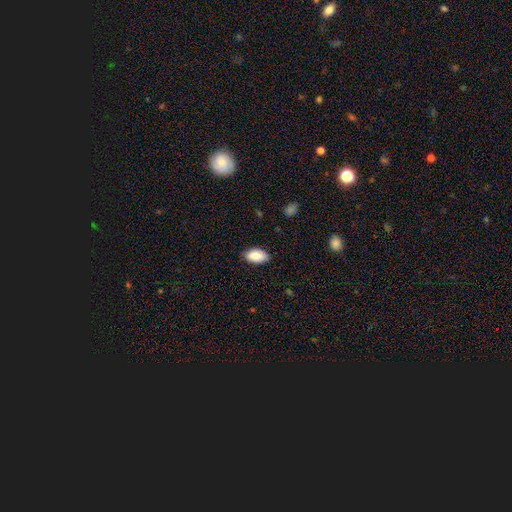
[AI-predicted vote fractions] Smooth or featured? smooth (88%)
How rounded? in between (95%)
Merging? none (84%)